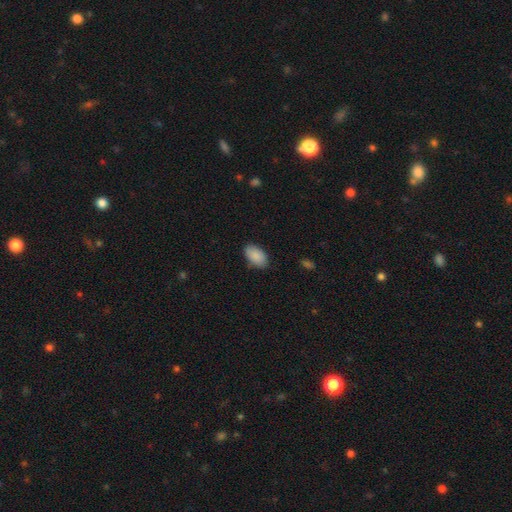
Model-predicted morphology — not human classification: smooth 90%, star or artifact 6%, featured or disk 4%. Down the decision tree: how rounded — in between (94%); merging — none (84%).